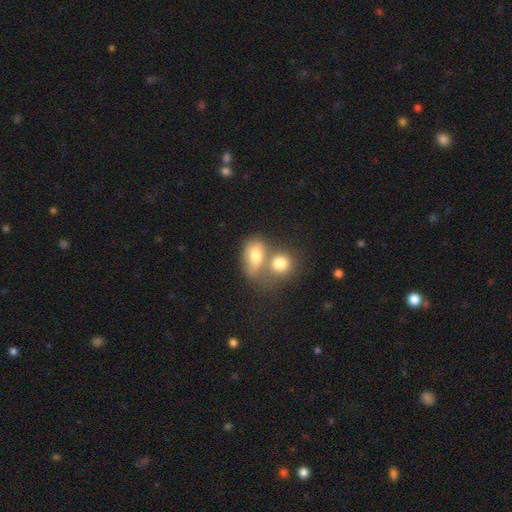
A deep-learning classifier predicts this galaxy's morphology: type=smooth (74%); roundness=in between (70%); merging=merger (57%).